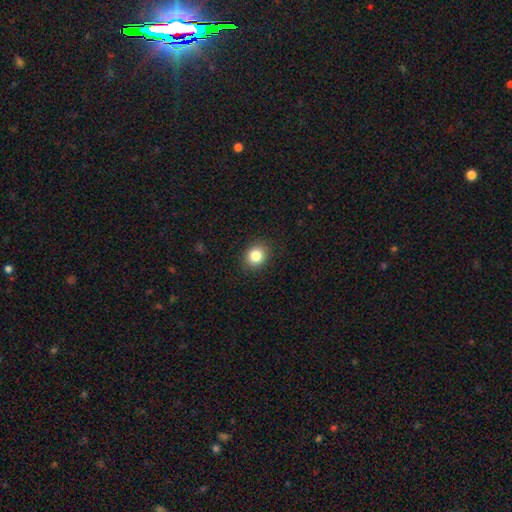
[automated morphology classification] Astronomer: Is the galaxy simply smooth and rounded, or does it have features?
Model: smooth — 84%.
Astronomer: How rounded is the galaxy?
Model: round — 66%.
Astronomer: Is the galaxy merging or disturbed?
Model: none — 89%.